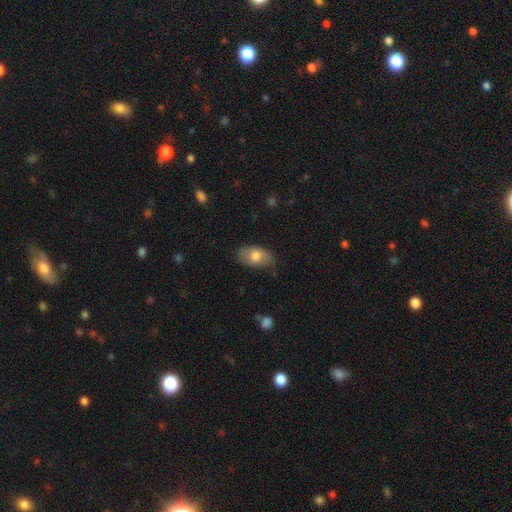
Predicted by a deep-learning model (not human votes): A smooth galaxy with no disk features (76%) that is in between round and cigar-shaped (91%). Merging: none (65%).